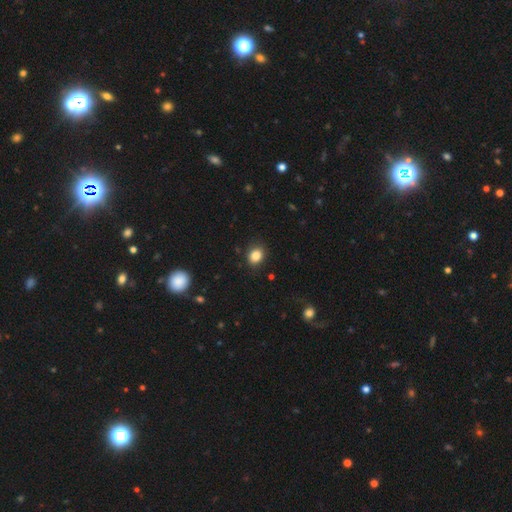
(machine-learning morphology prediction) Q: Smooth or featured?
A: smooth (85%); runner-up: star or artifact (10%)
Q: How rounded?
A: in between (52%); runner-up: round (47%)
Q: Merging?
A: none (85%); runner-up: minor disturbance (11%)